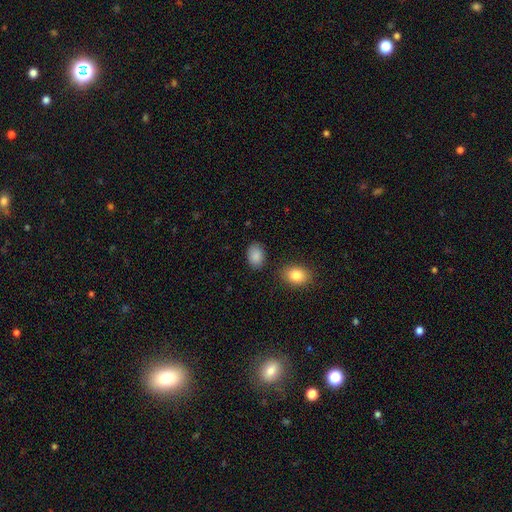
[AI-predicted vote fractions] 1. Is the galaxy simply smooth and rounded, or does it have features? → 88% smooth, 8% star or artifact, 4% featured or disk.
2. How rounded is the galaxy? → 83% in between, 16% round, 1% cigar-shaped.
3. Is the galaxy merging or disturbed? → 83% none, 11% minor disturbance, 3% merger, 3% major disturbance.